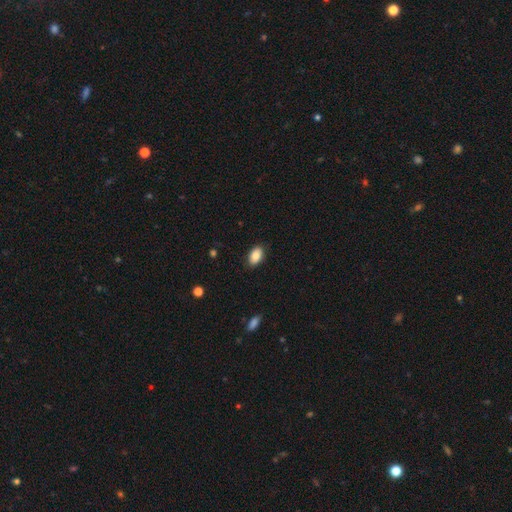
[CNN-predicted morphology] smooth 86%, star or artifact 7%, featured or disk 6%. Down the decision tree: how rounded — in between (91%); merging — none (86%).